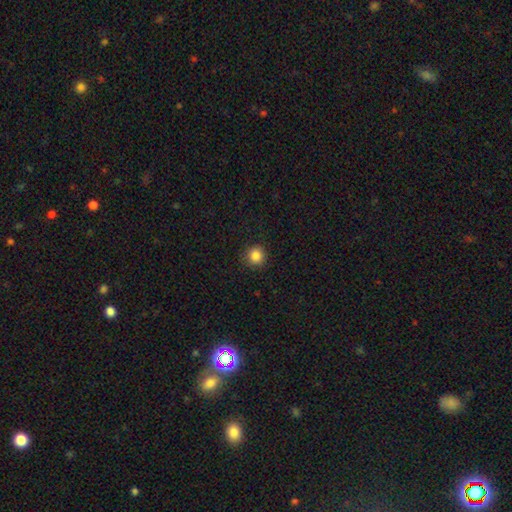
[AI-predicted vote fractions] Smooth or featured? Predicted: smooth (p=0.85). How rounded? Predicted: round (p=0.93). Merging? Predicted: none (p=0.90).